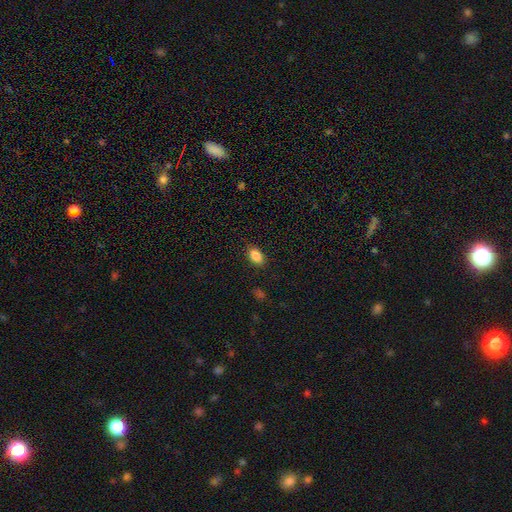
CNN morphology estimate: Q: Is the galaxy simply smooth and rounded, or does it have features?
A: smooth — 87%.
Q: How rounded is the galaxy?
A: in between — 89%.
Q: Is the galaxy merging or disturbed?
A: none — 86%.